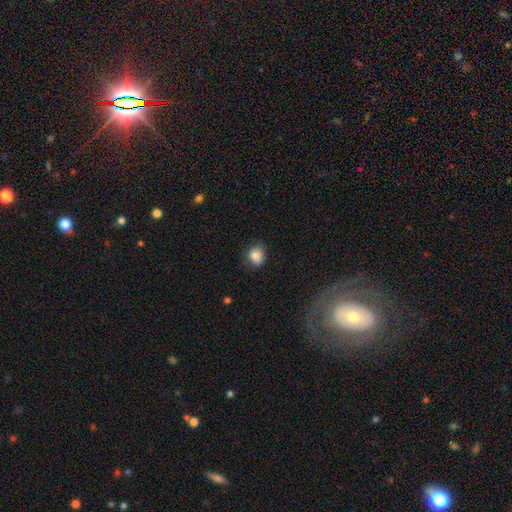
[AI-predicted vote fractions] A smooth galaxy with no disk features (85%) that is round (72%).

Vote fractions:
- Smooth or featured? smooth: 85% / star or artifact: 9% / featured or disk: 6%
- How rounded? round: 72% / in between: 27% / cigar-shaped: 1%
- Merging? none: 69% / minor disturbance: 24% / major disturbance: 5% / merger: 2%